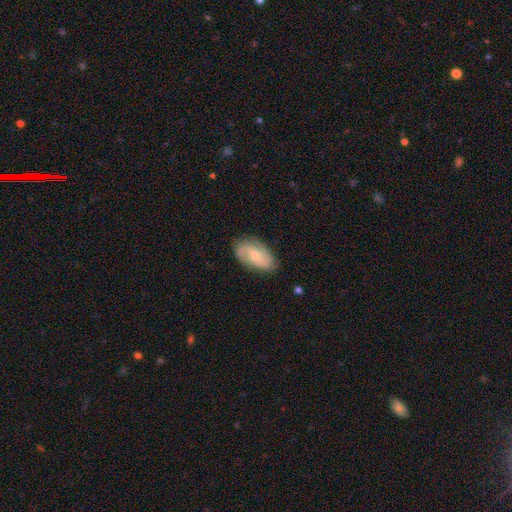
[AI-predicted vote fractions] A featured or disk galaxy (67%) with no bar (64%), 2 (62%) medium (45%) spiral arms (93%) and a small central bulge (57%).

Vote fractions:
- Smooth or featured? featured or disk: 67% / smooth: 27% / star or artifact: 6%
- Edge-on disk? no: 96% / yes: 4%
- Bar? no: 64% / weak: 31% / strong: 5%
- Spiral arms? yes: 93% / no: 7%
- Spiral winding? medium: 45% / tight: 35% / loose: 20%
- Spiral arm count? 2: 62% / can't tell: 16% / 3: 13% / 1: 3% / 4: 3% / more than 4: 2%
- Bulge size? small: 57% / moderate: 35% / none: 4% / large: 2% / dominant: 1%
- Merging? none: 77% / minor disturbance: 17% / major disturbance: 4% / merger: 1%